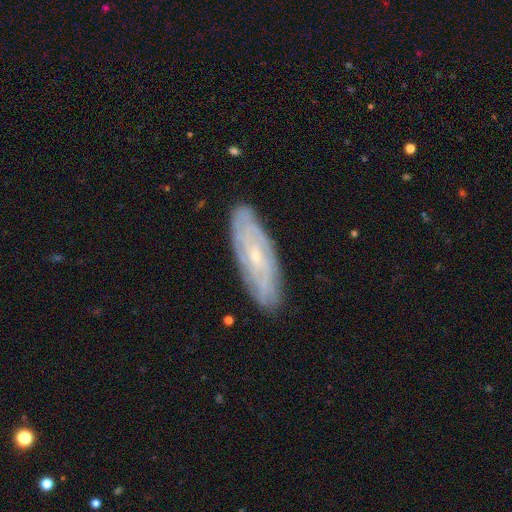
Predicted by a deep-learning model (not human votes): A featured or disk galaxy (70%) with no bar (65%), spiral arms (85%) and a small central bulge (75%). Merging: none (86%).